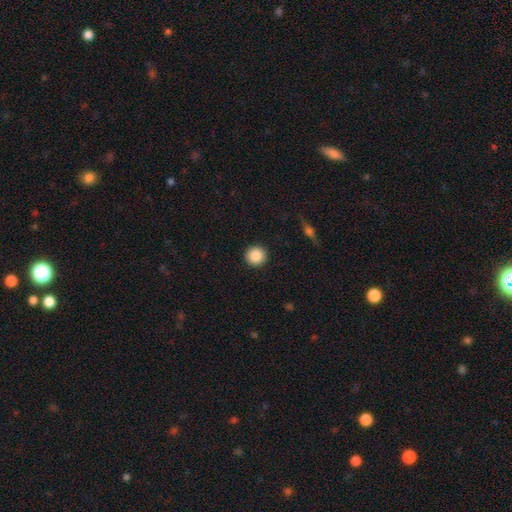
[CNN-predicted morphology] Smooth or featured: smooth — 88% (star or artifact — 9%)
How rounded: round — 95% (in between — 4%)
Merging: none — 93% (minor disturbance — 5%)